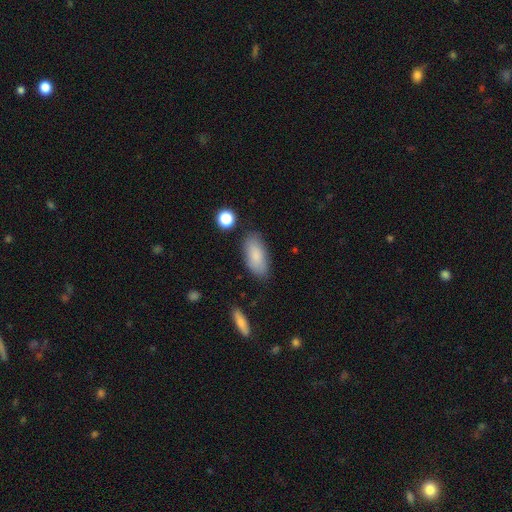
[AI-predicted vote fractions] The model was most divided on "merging": none: 81%, minor disturbance: 13%, major disturbance: 3%, merger: 2%. More confident: how rounded — in between (88%); smooth or featured — smooth (86%).